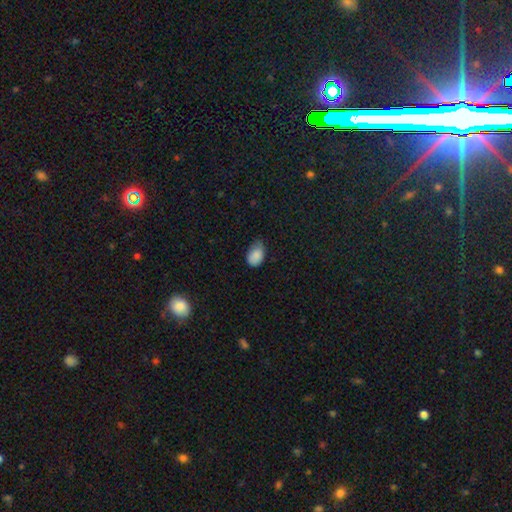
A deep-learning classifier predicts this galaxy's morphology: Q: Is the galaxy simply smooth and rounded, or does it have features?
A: smooth — 86%.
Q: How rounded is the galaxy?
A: in between — 87%.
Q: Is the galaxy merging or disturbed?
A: none — 49%.